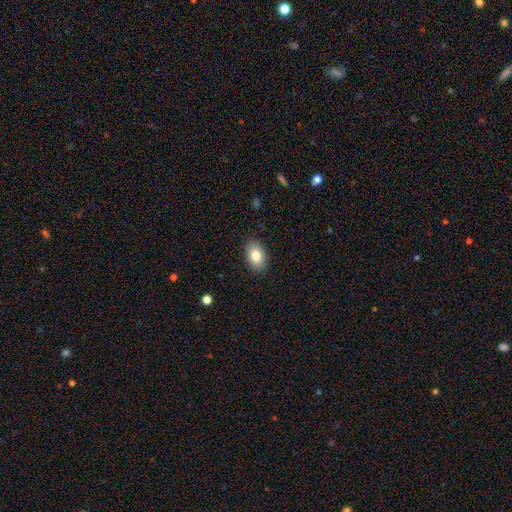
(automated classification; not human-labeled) This appears to be a smooth galaxy with no disk features (82%) that is in between round and cigar-shaped (86%). Merging: none (88%).